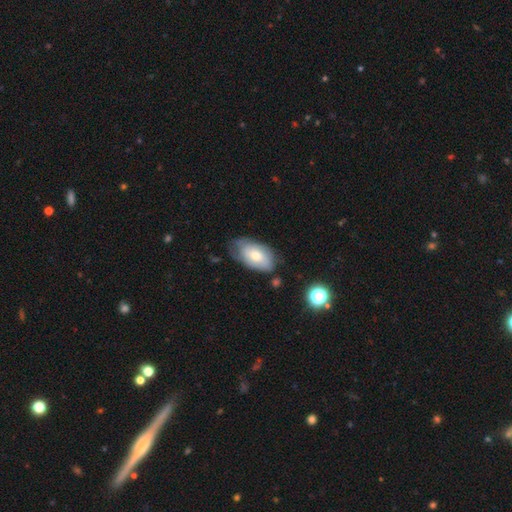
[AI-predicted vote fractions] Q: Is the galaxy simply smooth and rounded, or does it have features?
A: smooth — 62%.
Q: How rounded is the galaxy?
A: in between — 93%.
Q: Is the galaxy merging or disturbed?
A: none — 58%.